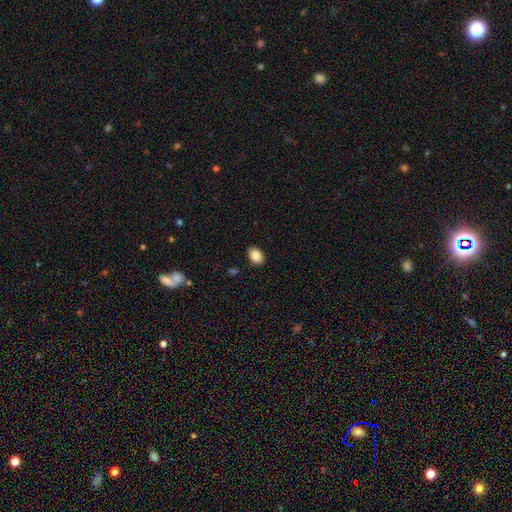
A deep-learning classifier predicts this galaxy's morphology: smooth_or_featured: smooth (p=0.87) [alt: star or artifact p=0.08]
how_rounded: in between (p=0.80) [alt: round p=0.19]
merging: none (p=0.88) [alt: minor disturbance p=0.08]